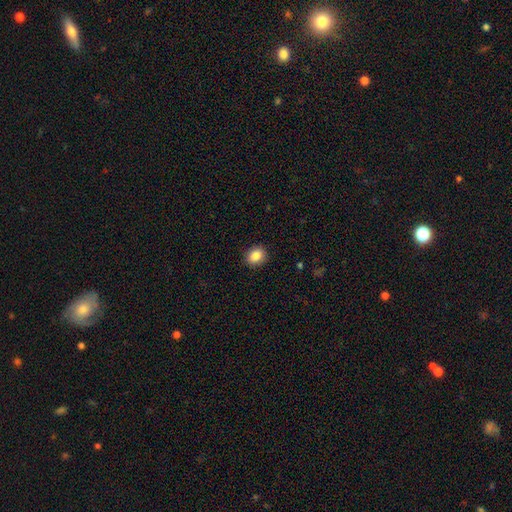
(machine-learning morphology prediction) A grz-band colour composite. It shows a smooth galaxy with no disk features (86%) that is round (59%). Merging: none (90%).